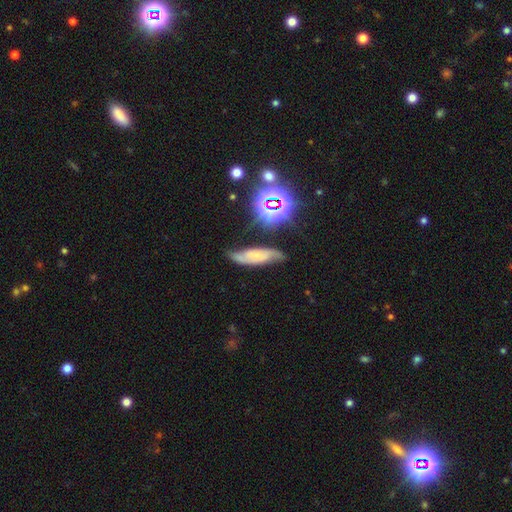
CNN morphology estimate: The model was most divided on "smooth or featured": featured or disk: 54%, smooth: 28%, star or artifact: 17%. More confident: edge-on disk — no (82%); merging — none (65%).